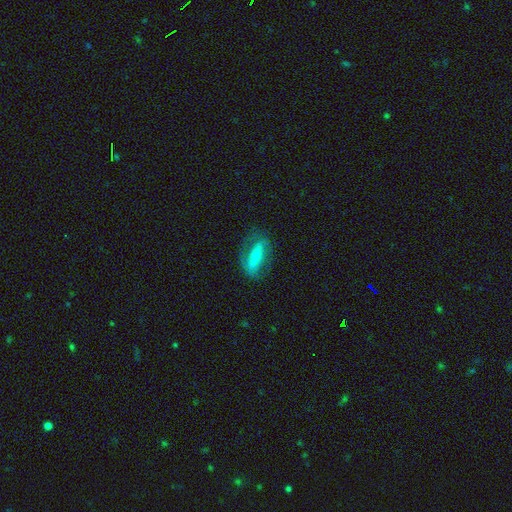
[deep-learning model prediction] Smooth or featured? Predicted: featured or disk (p=0.58). Edge-on disk? Predicted: no (p=0.74). Merging? Predicted: none (p=0.71).